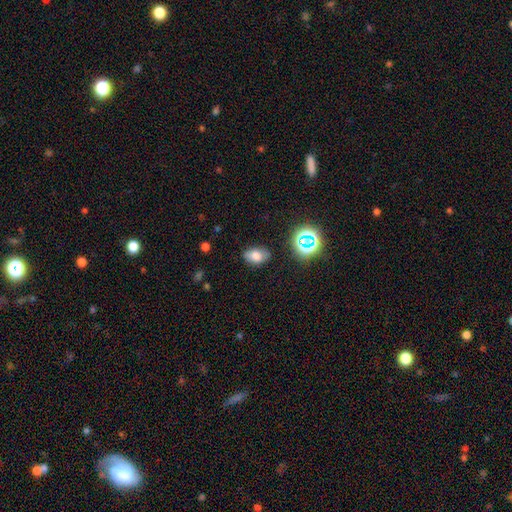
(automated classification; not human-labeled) Overall: smooth (71%). How rounded: in between (82%). Merging: none (79%).